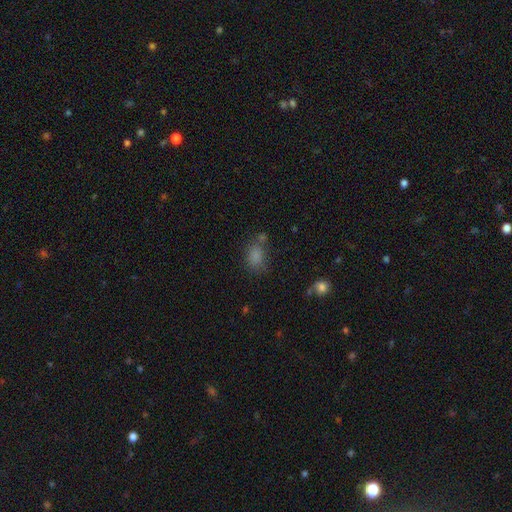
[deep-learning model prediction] Overall: smooth (80%). How rounded: in between (76%). Merging: none (58%; minor disturbance 19%).